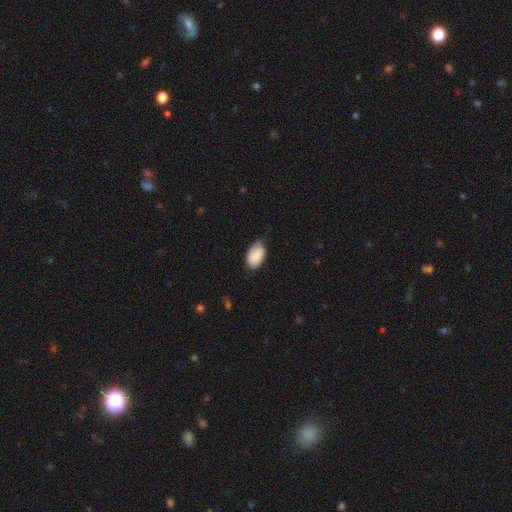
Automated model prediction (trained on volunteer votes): The model was most divided on "merging": none: 72%, minor disturbance: 23%, major disturbance: 3%, merger: 1%. More confident: how rounded — in between (94%); smooth or featured — smooth (89%).